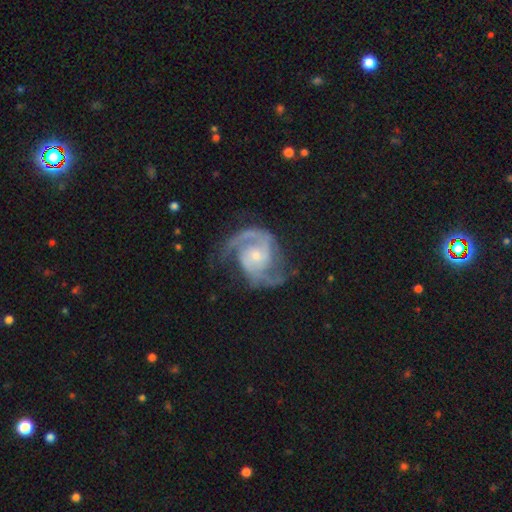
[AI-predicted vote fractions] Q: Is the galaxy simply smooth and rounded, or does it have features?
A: featured or disk — 92%.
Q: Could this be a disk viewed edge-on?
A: no — 98%.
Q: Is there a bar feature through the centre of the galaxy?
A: no — 61%.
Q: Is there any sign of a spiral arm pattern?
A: yes — 98%.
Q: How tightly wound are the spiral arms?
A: medium — 57%.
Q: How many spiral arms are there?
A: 2 — 85%.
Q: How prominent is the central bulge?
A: small — 57%.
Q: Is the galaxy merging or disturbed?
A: none — 68%.